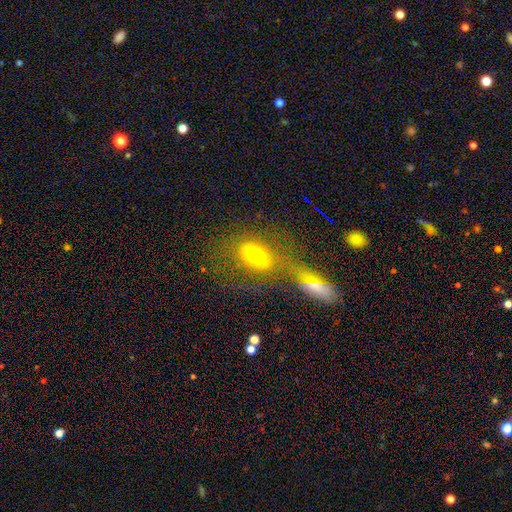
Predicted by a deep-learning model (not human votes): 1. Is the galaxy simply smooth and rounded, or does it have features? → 57% smooth, 29% featured or disk, 14% star or artifact.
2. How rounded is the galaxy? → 72% in between, 23% round, 4% cigar-shaped.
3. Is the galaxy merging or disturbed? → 40% merger, 37% none, 12% minor disturbance, 11% major disturbance.